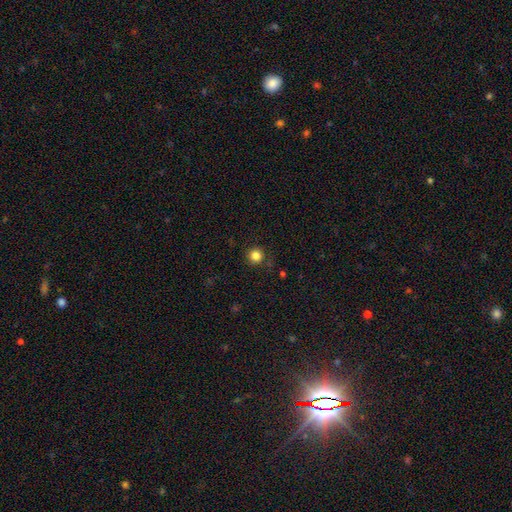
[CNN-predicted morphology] Smooth or featured: smooth — 83% (star or artifact — 12%)
How rounded: round — 95% (in between — 4%)
Merging: none — 89% (minor disturbance — 7%)